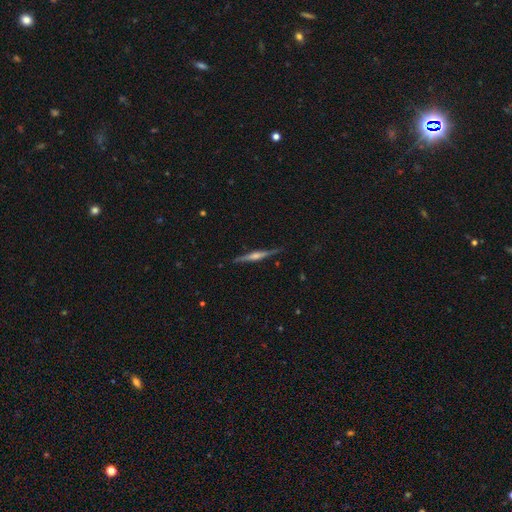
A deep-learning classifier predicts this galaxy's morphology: smooth-or-featured: featured or disk: 82% | smooth: 12% | star or artifact: 6%
  disk-edge-on: yes: 98% | no: 2%
    edge-on-bulge: rounded: 78% | boxy: 14% | none: 8%
  merging: none: 90% | minor disturbance: 7% | major disturbance: 1% | merger: 1%